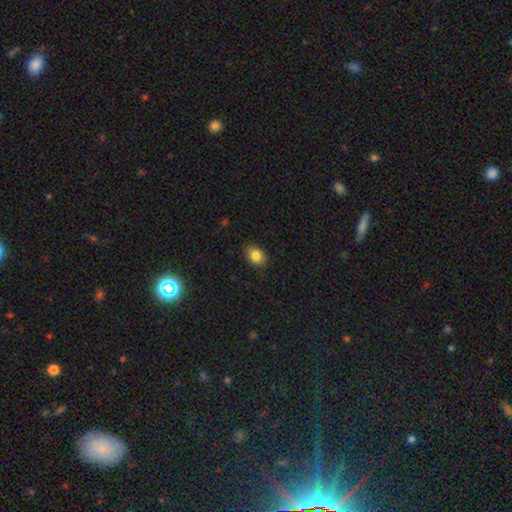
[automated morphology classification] Overall: smooth (84%). How rounded: in between (69%; round 30%). Merging: none (88%).